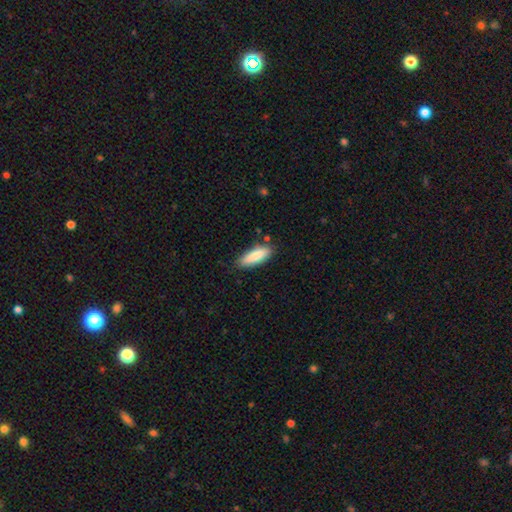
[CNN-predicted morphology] This is clearly a smooth galaxy (84%). How rounded: possibly in between (58%). Merging: clearly none (82%).